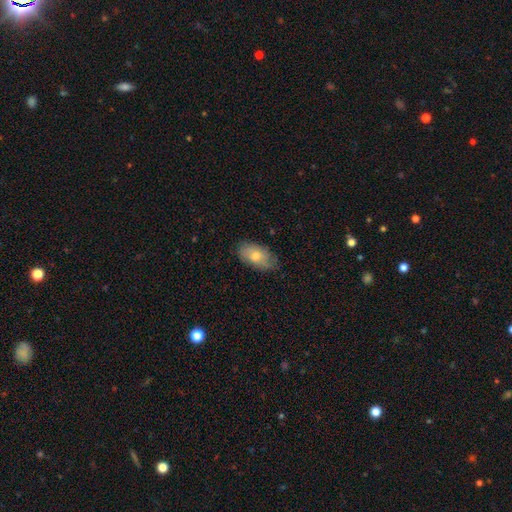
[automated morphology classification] smooth-or-featured: smooth: 67% | featured or disk: 25% | star or artifact: 8%
  how-rounded: in between: 92% | round: 5% | cigar-shaped: 4%
  merging: none: 78% | minor disturbance: 17% | major disturbance: 3% | merger: 1%